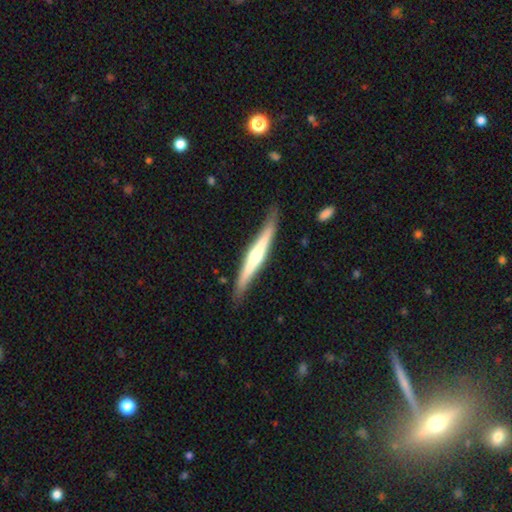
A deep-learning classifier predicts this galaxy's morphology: Smooth or featured? featured or disk (63%)
Edge-on disk? yes (96%)
Edge-on bulge? rounded (79%)
Merging? none (85%)